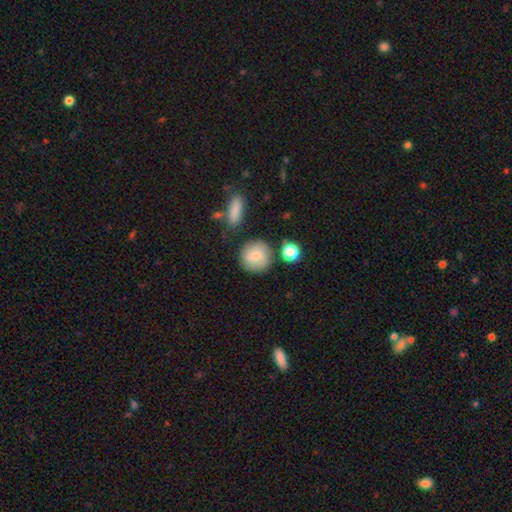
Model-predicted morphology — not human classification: Smooth or featured? smooth (77%)
How rounded? round (91%)
Merging? none (76%)